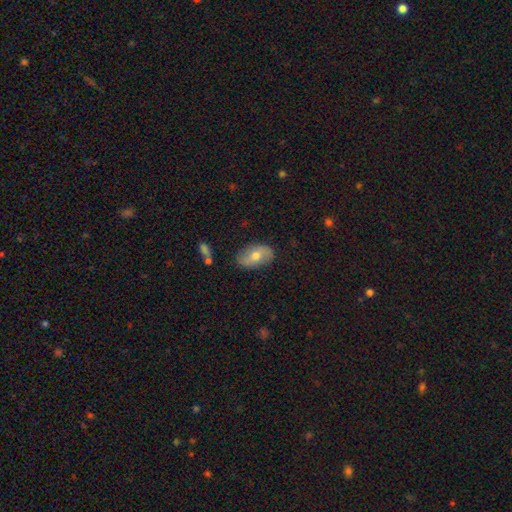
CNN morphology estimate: smooth 57%, featured or disk 36%, star or artifact 7%. Down the decision tree: how rounded — in between (90%); merging — none (81%).